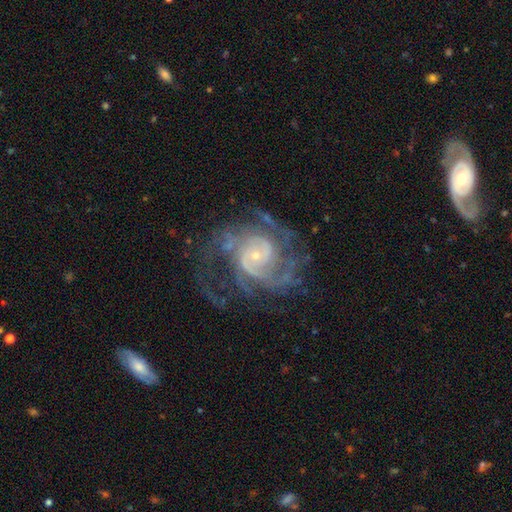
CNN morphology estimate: type=featured or disk (90%); edge-on=no (98%); bar=no (66%); spiral arms=yes (97%); winding=tight (50%); arm count=2 (35%); bulge=small (77%); merging=none (61%).